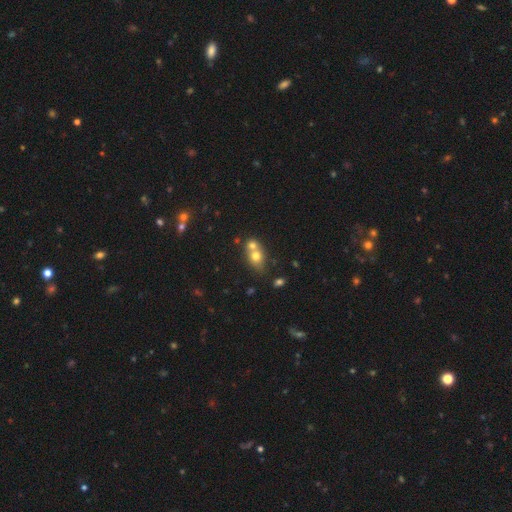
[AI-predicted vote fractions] smooth_or_featured: smooth (p=0.68) [alt: featured or disk p=0.20]
how_rounded: round (p=0.54) [alt: in between p=0.44]
merging: merger (p=0.59) [alt: none p=0.30]